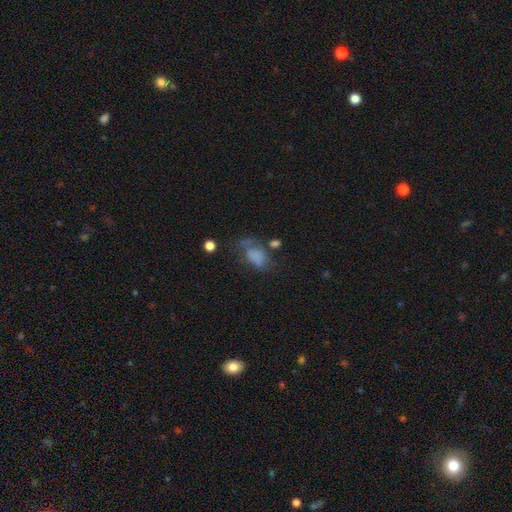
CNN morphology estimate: This appears to be a smooth galaxy with no disk features (65%) that is in between round and cigar-shaped (83%). Merging: none (33%).